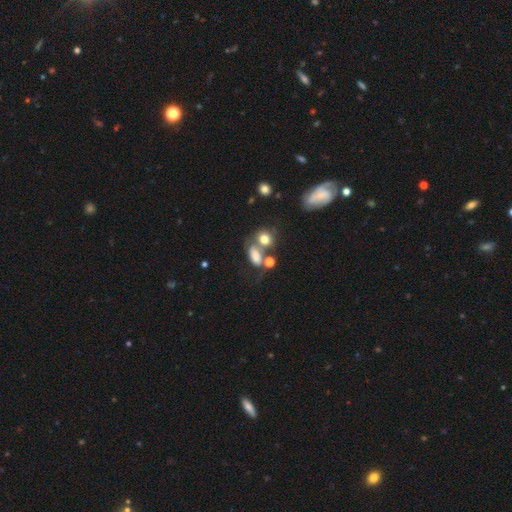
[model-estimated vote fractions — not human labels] Q: Smooth or featured?
A: smooth (64%); runner-up: featured or disk (22%)
Q: How rounded?
A: in between (78%); runner-up: round (18%)
Q: Merging?
A: merger (39%); runner-up: none (30%)